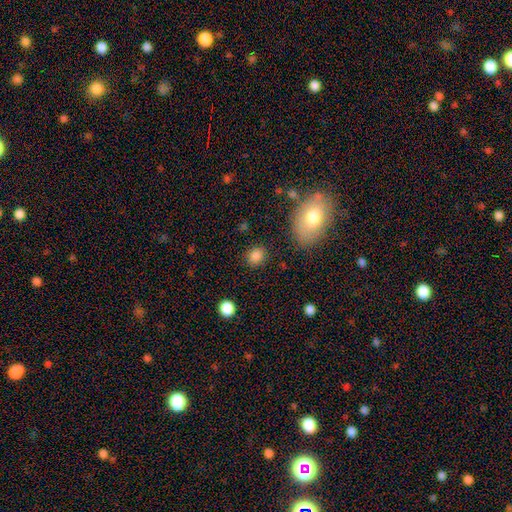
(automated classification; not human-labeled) Smooth or featured? Predicted: smooth (p=0.84). How rounded? Predicted: round (p=0.54). Merging? Predicted: none (p=0.85).